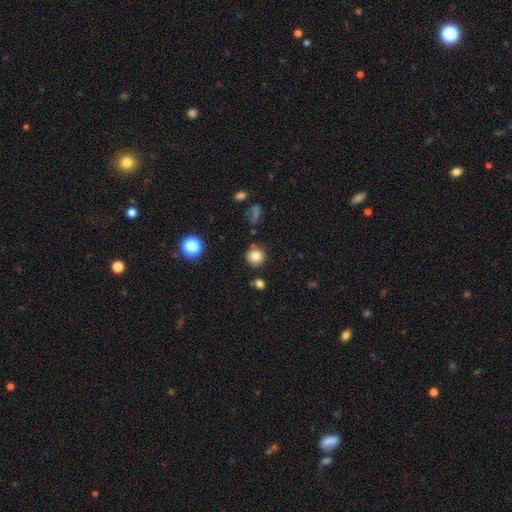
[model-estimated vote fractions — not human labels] This is clearly a smooth galaxy (81%). How rounded: clearly round (91%). Merging: likely none (80%).